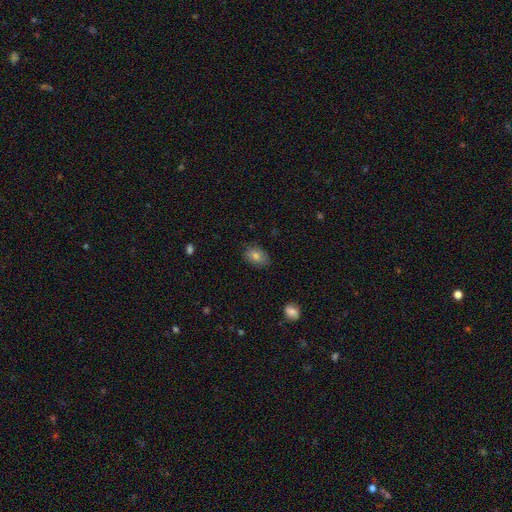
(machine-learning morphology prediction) smooth-or-featured: smooth: 75% | featured or disk: 14% | star or artifact: 11%
  how-rounded: in between: 83% | round: 15% | cigar-shaped: 2%
  merging: none: 80% | minor disturbance: 16% | major disturbance: 3% | merger: 1%